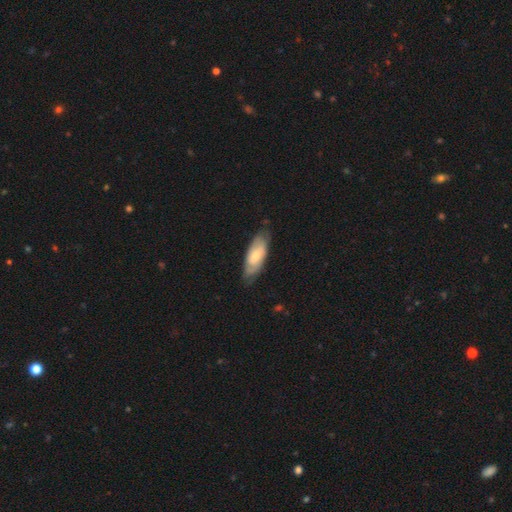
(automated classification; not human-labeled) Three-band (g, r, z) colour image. It shows a smooth galaxy with no disk features (56%) that is in between round and cigar-shaped (76%). Merging: none (67%).